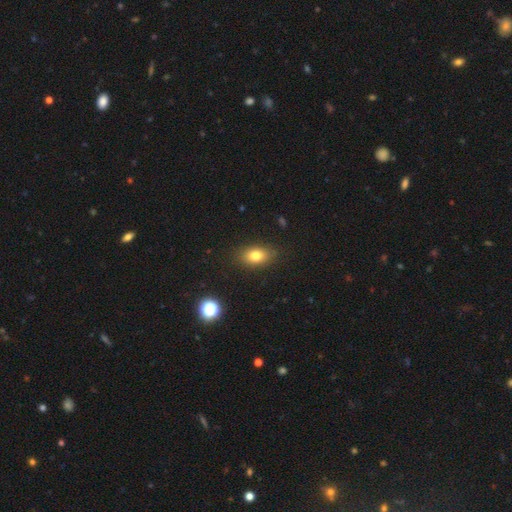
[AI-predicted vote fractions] Morphology: type=smooth (78%); roundness=in between (80%); merging=none (85%).